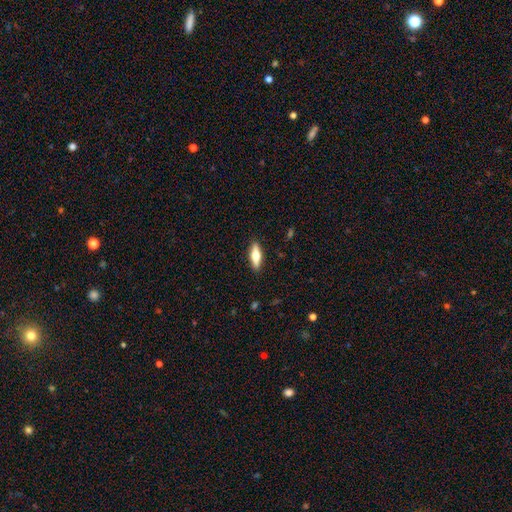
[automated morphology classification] smooth_or_featured: smooth (p=0.57) [alt: featured or disk p=0.37]
how_rounded: in between (p=0.53) [alt: cigar-shaped p=0.45]
merging: none (p=0.90) [alt: minor disturbance p=0.07]